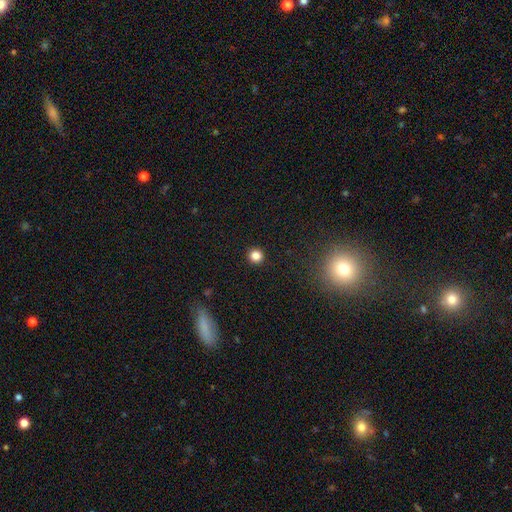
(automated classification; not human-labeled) This appears to be a smooth galaxy with no disk features (84%) that is round (94%). Merging: none (93%).